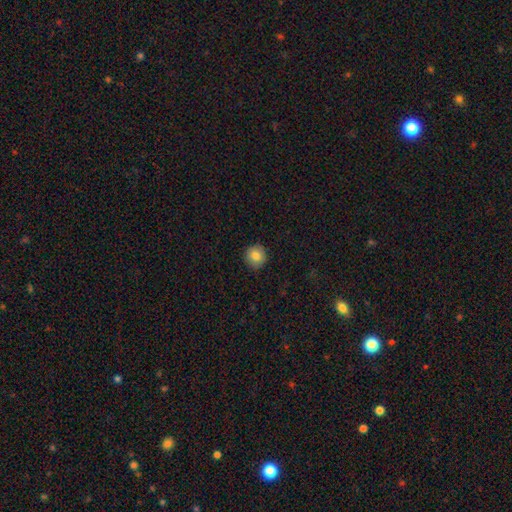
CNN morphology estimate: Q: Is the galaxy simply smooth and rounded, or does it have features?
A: smooth — 83%.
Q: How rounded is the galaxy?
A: round — 94%.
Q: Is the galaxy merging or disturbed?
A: none — 91%.